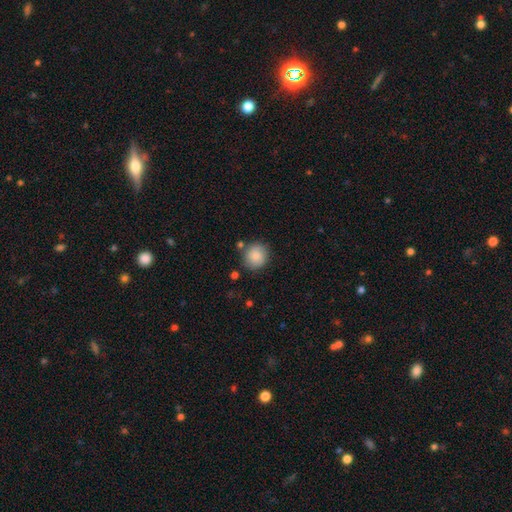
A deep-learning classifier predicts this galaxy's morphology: A smooth galaxy with no disk features (85%) that is round (90%). Merging: none (80%).